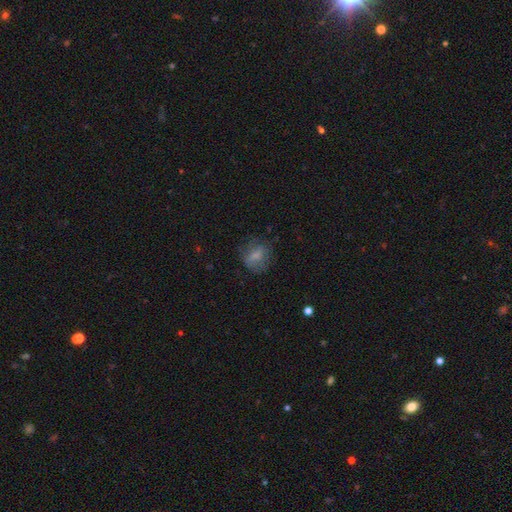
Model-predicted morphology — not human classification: smooth 67%, featured or disk 22%, star or artifact 10%. Down the decision tree: how rounded — round (52%); merging — none (60%).